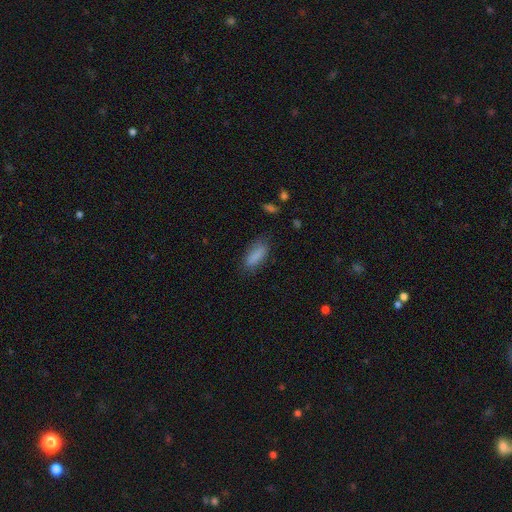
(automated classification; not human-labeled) This is clearly a smooth galaxy (85%). How rounded: likely in between (71%). Merging: likely none (76%).